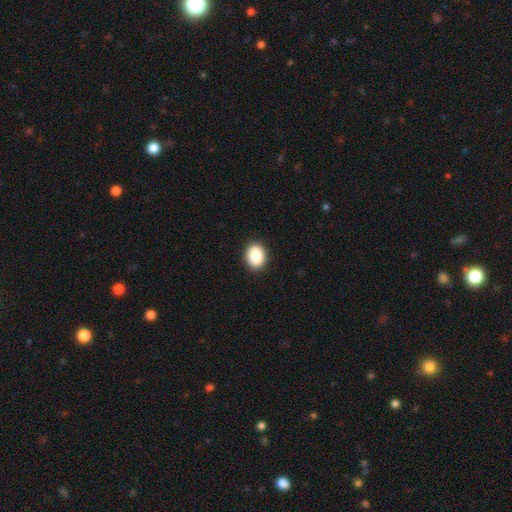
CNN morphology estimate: A smooth galaxy with no disk features (88%) that is in between round and cigar-shaped (63%).

Vote fractions:
- Smooth or featured? smooth: 88% / star or artifact: 7% / featured or disk: 4%
- How rounded? in between: 63% / round: 36% / cigar-shaped: 1%
- Merging? none: 91% / minor disturbance: 6% / major disturbance: 2% / merger: 1%